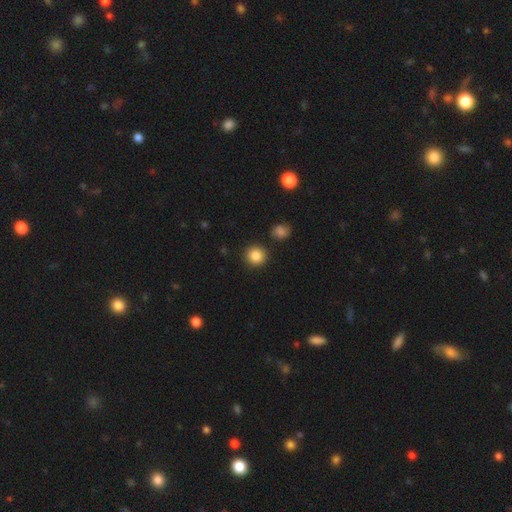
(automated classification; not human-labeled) Overall: smooth (86%). How rounded: round (93%). Merging: none (89%).